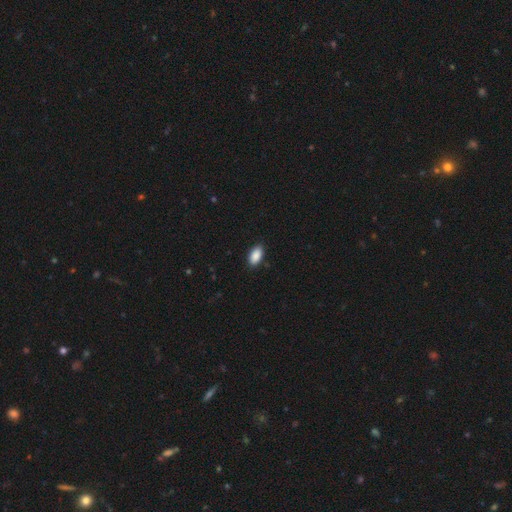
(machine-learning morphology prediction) smooth-or-featured: smooth: 90% | star or artifact: 7% | featured or disk: 3%
  how-rounded: in between: 94% | cigar-shaped: 3% | round: 3%
  merging: none: 87% | minor disturbance: 10% | major disturbance: 2% | merger: 1%